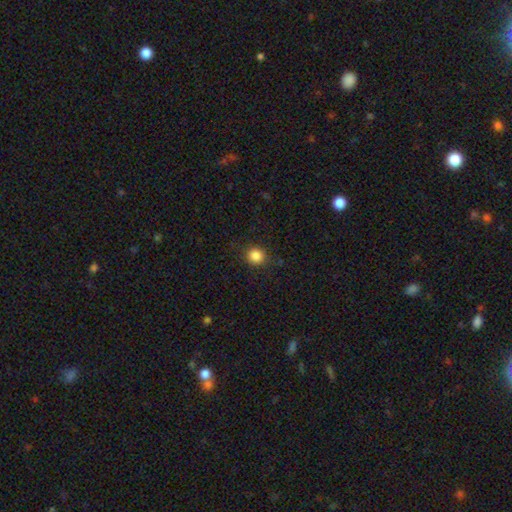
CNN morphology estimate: type=smooth (85%); roundness=round (87%); merging=none (87%).